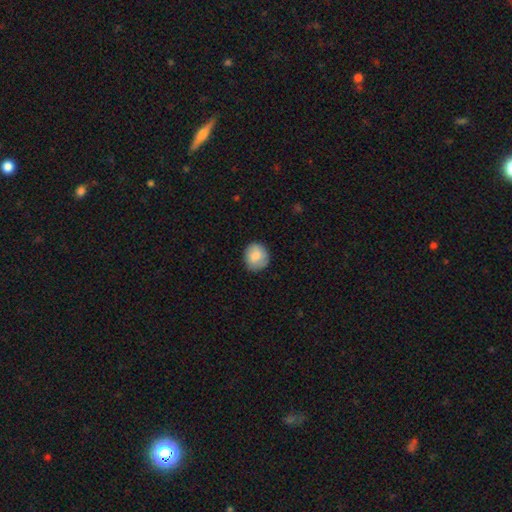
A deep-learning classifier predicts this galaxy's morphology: The model was most divided on "how rounded": round: 85%, in between: 14%, cigar-shaped: 1%. More confident: merging — none (84%); smooth or featured — smooth (83%).